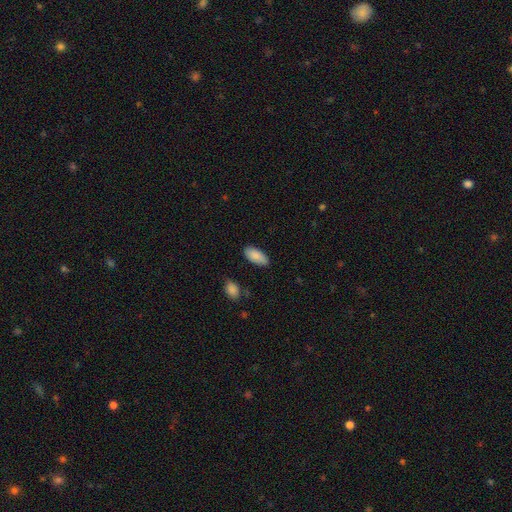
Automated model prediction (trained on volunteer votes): smooth 87%, featured or disk 7%, star or artifact 6%. Down the decision tree: how rounded — in between (91%); merging — none (83%).